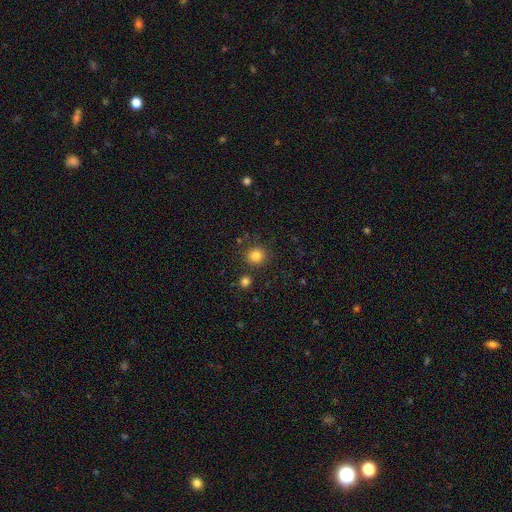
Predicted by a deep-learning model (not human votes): Smooth or featured: smooth — 83% (star or artifact — 12%)
How rounded: round — 90% (in between — 9%)
Merging: none — 84% (minor disturbance — 8%)